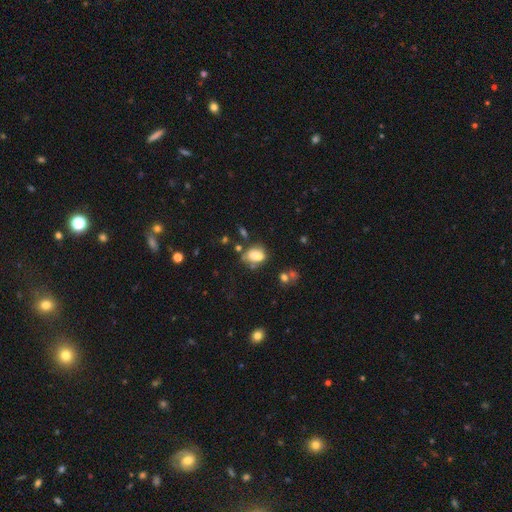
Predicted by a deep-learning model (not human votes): Morphology: type=smooth (62%); roundness=in between (60%); merging=merger (37%).